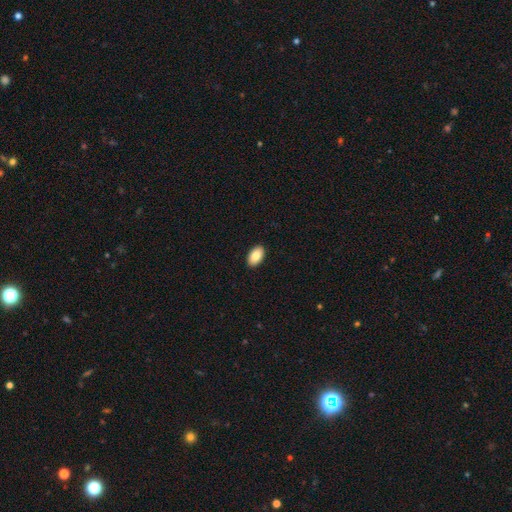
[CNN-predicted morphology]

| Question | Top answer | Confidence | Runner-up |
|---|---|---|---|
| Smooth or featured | smooth | 85% | featured or disk (8%) |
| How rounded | in between | 94% | round (4%) |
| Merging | none | 91% | minor disturbance (7%) |